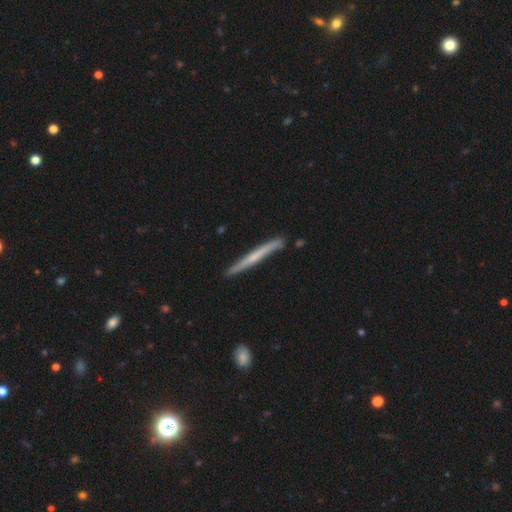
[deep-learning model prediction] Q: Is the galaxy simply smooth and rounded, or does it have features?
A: featured or disk — 53%.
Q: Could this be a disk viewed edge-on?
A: yes — 95%.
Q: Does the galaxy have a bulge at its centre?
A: none — 69%.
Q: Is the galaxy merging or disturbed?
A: none — 85%.